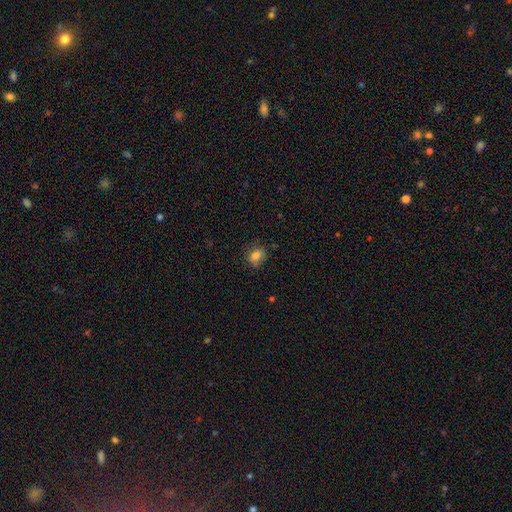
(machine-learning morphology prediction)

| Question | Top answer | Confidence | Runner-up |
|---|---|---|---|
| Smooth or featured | smooth | 80% | star or artifact (12%) |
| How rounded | round | 54% | in between (45%) |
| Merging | none | 71% | minor disturbance (21%) |